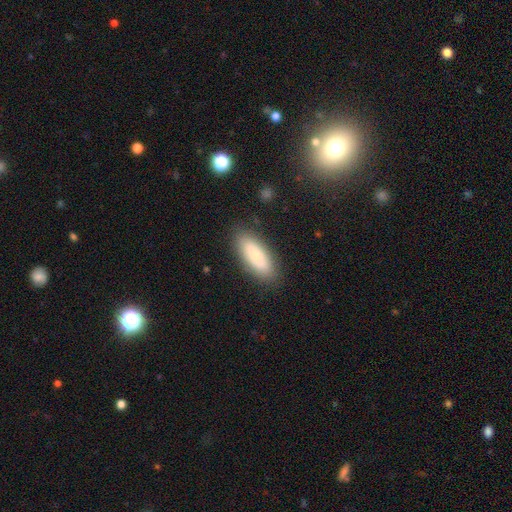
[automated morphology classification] smooth_or_featured: smooth (p=0.68) [alt: featured or disk p=0.24]
how_rounded: in between (p=0.81) [alt: cigar-shaped p=0.17]
merging: none (p=0.82) [alt: minor disturbance p=0.13]